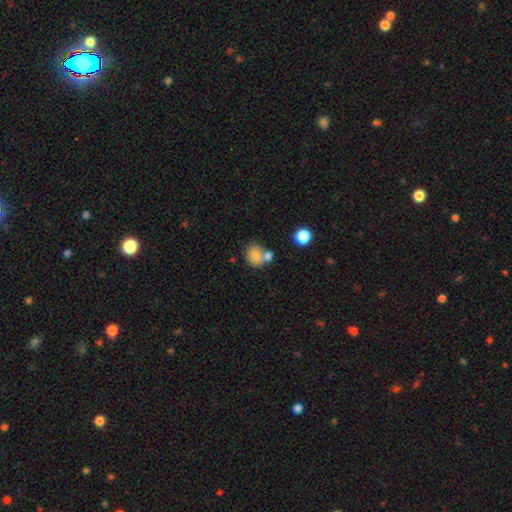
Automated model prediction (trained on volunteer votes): smooth-or-featured: smooth: 80% | featured or disk: 10% | star or artifact: 10%
  how-rounded: round: 65% | in between: 34% | cigar-shaped: 1%
  merging: none: 43% | merger: 39% | minor disturbance: 13% | major disturbance: 5%